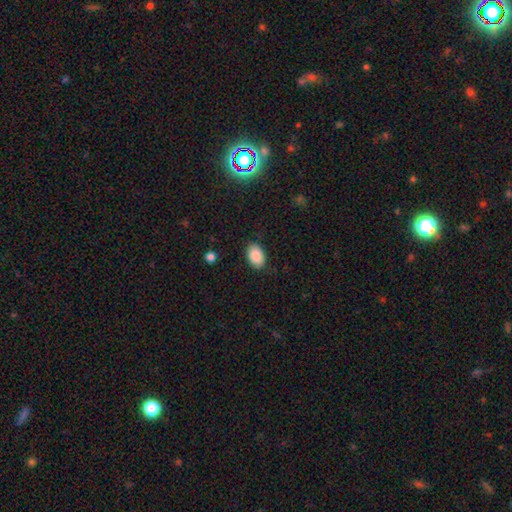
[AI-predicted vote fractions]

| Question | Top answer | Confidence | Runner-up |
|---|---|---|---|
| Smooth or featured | smooth | 89% | star or artifact (7%) |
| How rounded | in between | 90% | round (9%) |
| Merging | none | 85% | minor disturbance (11%) |